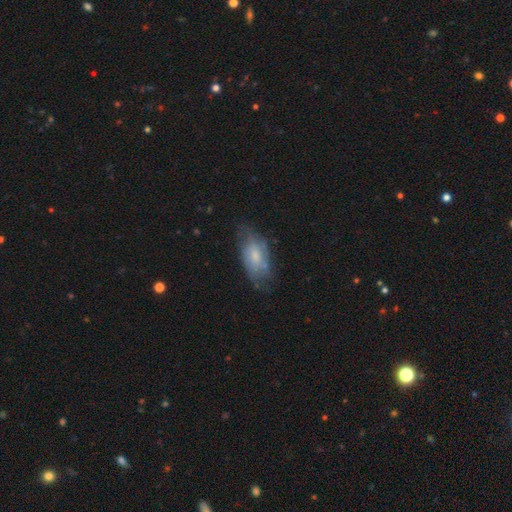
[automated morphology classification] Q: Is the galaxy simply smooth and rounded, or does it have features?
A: smooth — 58%.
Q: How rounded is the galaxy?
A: in between — 91%.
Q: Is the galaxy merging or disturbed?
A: none — 58%.